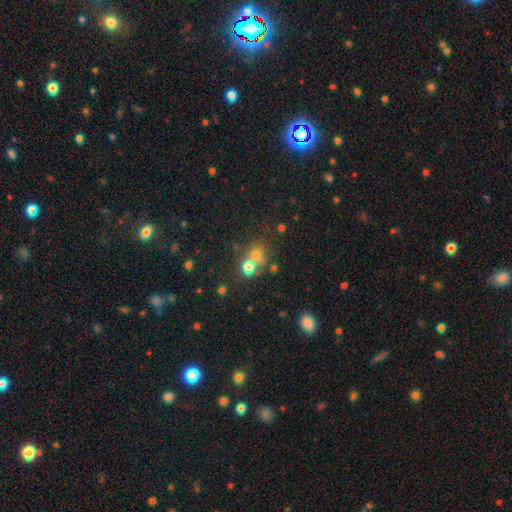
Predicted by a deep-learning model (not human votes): Smooth or featured?
  - smooth: 63% *
  - star or artifact: 23%
  - featured or disk: 14%
How rounded?
  - round: 78% *
  - in between: 21%
  - cigar-shaped: 1%
Merging?
  - none: 46% *
  - merger: 41%
  - minor disturbance: 8%
  - major disturbance: 5%